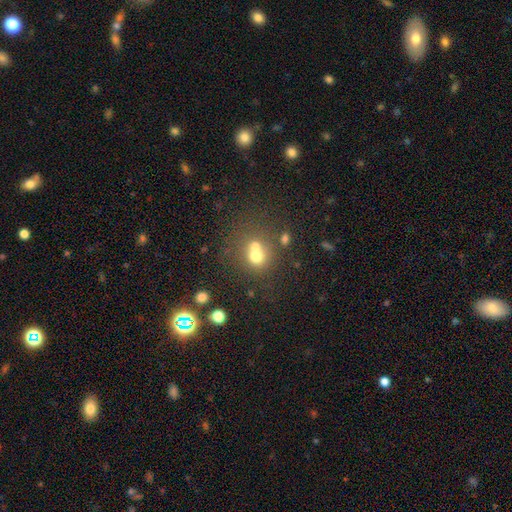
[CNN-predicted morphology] type=smooth (67%); roundness=round (77%); merging=merger (48%).